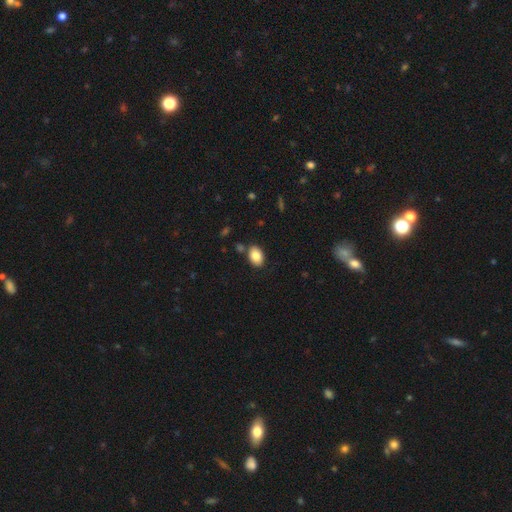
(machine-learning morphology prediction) smooth 86%, star or artifact 7%, featured or disk 7%. Down the decision tree: how rounded — in between (84%); merging — none (81%).